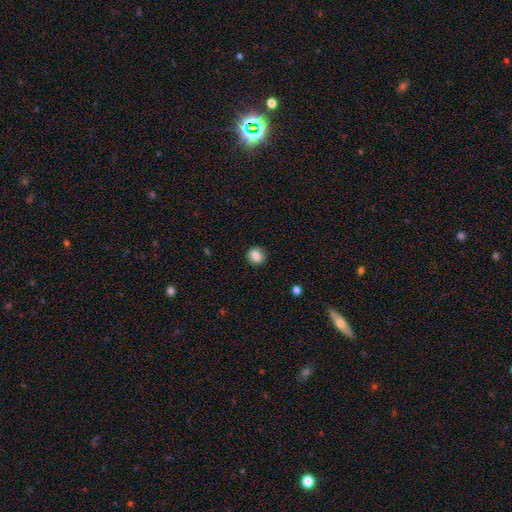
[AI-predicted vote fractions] Smooth or featured? Predicted: smooth (p=0.83). How rounded? Predicted: round (p=0.85). Merging? Predicted: none (p=0.89).